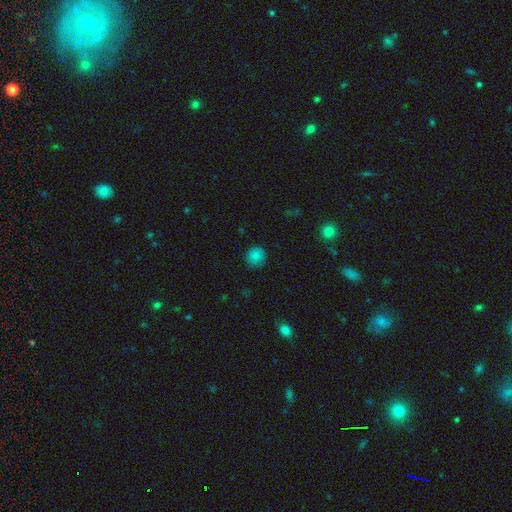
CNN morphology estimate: smooth 84%, star or artifact 12%, featured or disk 4%. Down the decision tree: how rounded — round (92%); merging — none (89%).